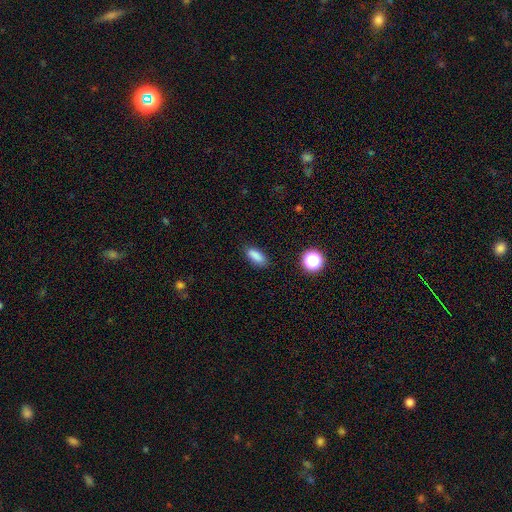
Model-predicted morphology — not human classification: smooth 85%, star or artifact 10%, featured or disk 4%. Down the decision tree: how rounded — in between (79%); merging — none (85%).